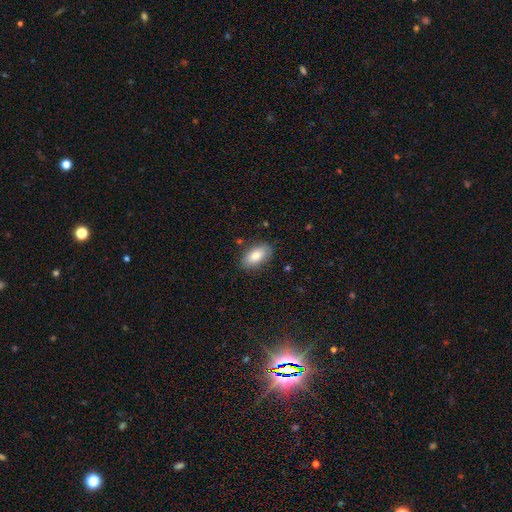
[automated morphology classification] Smooth or featured? Predicted: smooth (p=0.81). How rounded? Predicted: in between (p=0.92). Merging? Predicted: none (p=0.84).